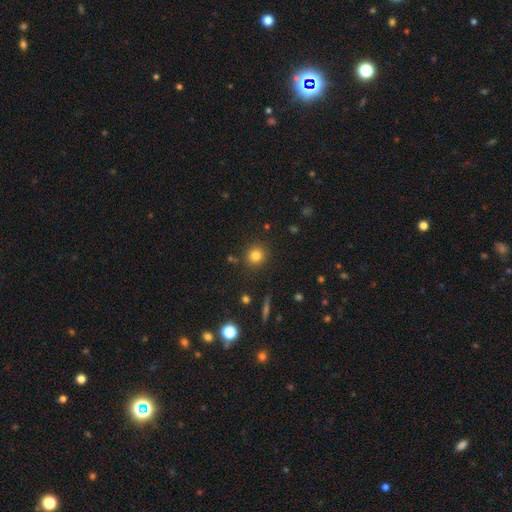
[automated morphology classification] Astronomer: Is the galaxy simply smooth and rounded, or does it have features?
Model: smooth — 81%.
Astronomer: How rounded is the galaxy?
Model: round — 90%.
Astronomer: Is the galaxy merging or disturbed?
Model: none — 87%.